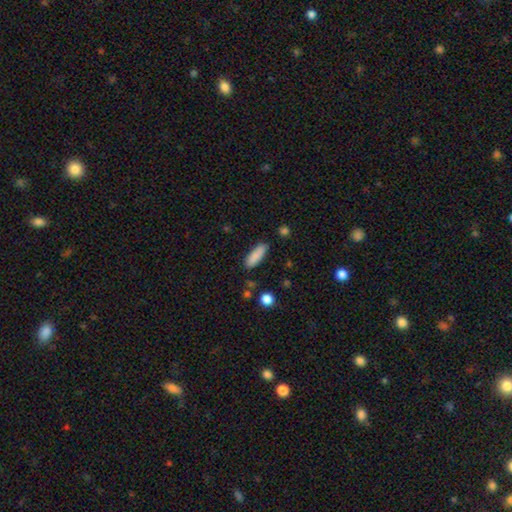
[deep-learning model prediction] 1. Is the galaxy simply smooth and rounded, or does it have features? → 87% smooth, 7% star or artifact, 6% featured or disk.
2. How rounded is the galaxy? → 54% in between, 44% cigar-shaped, 2% round.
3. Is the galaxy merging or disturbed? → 84% none, 11% minor disturbance, 2% major disturbance, 2% merger.